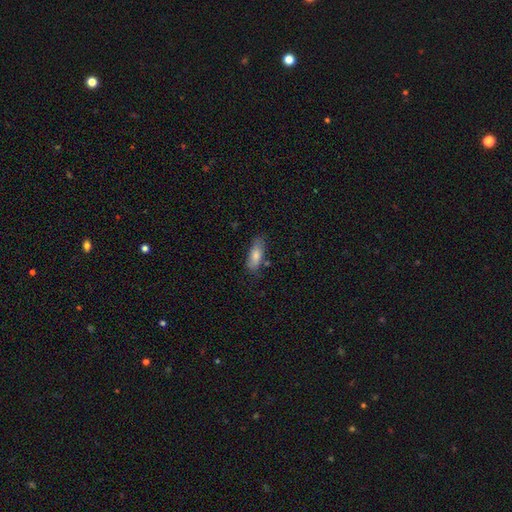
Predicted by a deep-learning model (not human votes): Smooth or featured?
  - smooth: 79% *
  - featured or disk: 15%
  - star or artifact: 7%
How rounded?
  - in between: 75% *
  - cigar-shaped: 23%
  - round: 2%
Merging?
  - none: 66% *
  - minor disturbance: 24%
  - major disturbance: 6%
  - merger: 4%